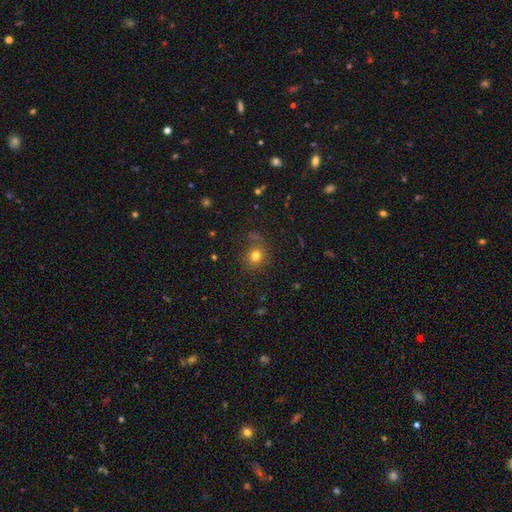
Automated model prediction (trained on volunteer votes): The model was most divided on "smooth or featured": smooth: 76%, star or artifact: 16%, featured or disk: 8%. More confident: how rounded — round (84%); merging — none (78%).